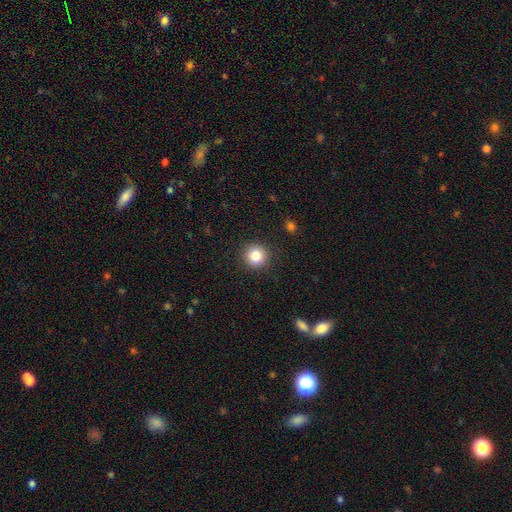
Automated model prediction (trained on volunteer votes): Smooth or featured? Predicted: smooth (p=0.83). How rounded? Predicted: round (p=0.94). Merging? Predicted: none (p=0.91).